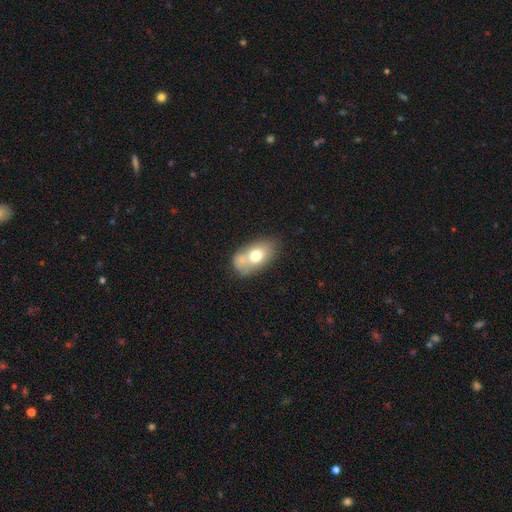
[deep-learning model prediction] A smooth galaxy with no disk features (70%) that is in between round and cigar-shaped (88%).

Vote fractions:
- Smooth or featured? smooth: 70% / featured or disk: 22% / star or artifact: 8%
- How rounded? in between: 88% / round: 10% / cigar-shaped: 2%
- Merging? none: 44% / merger: 30% / minor disturbance: 19% / major disturbance: 7%